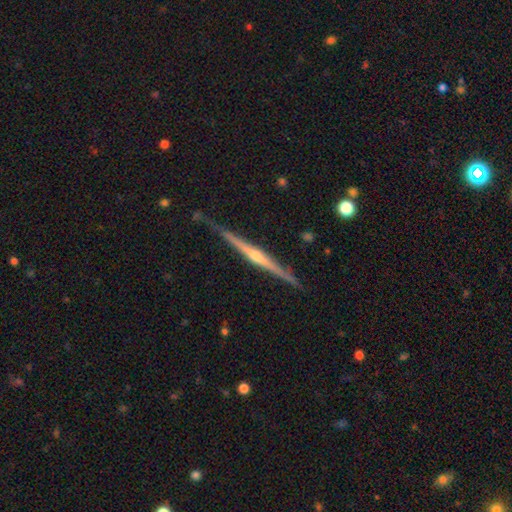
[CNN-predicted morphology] smooth-or-featured: featured or disk: 85% | smooth: 10% | star or artifact: 5%
  disk-edge-on: yes: 98% | no: 2%
    edge-on-bulge: rounded: 81% | none: 12% | boxy: 6%
  merging: none: 87% | minor disturbance: 9% | major disturbance: 2% | merger: 2%